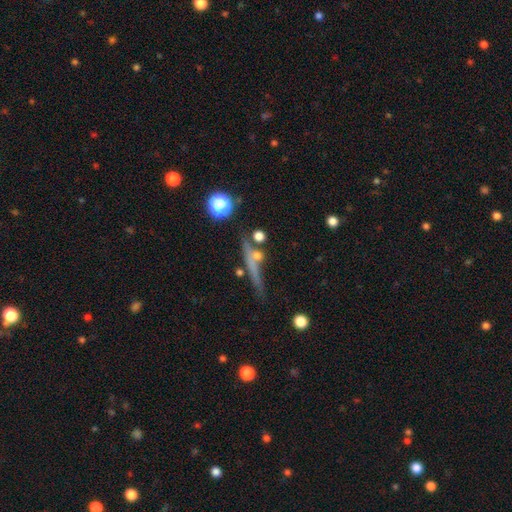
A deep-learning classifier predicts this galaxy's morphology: A smooth galaxy with no disk features (43%).

Vote fractions:
- Smooth or featured? smooth: 43% / featured or disk: 41% / star or artifact: 16%
- Merging? none: 58% / minor disturbance: 17% / merger: 15% / major disturbance: 10%